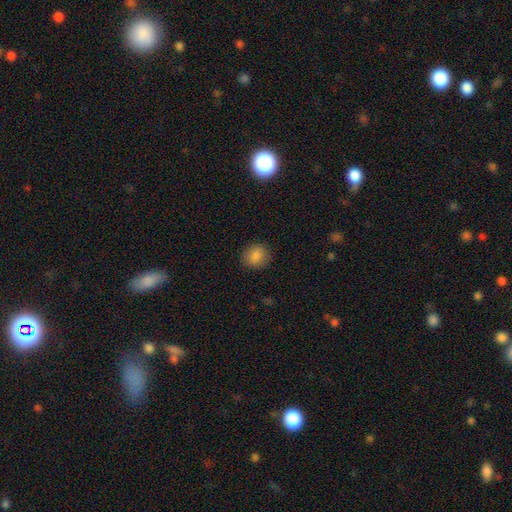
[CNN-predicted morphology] The model was most divided on "how rounded": round: 80%, in between: 19%, cigar-shaped: 1%. More confident: merging — none (89%); smooth or featured — smooth (86%).